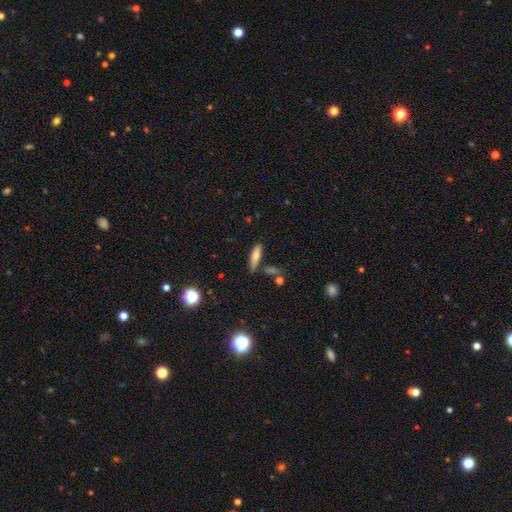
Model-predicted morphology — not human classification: A smooth galaxy with no disk features (72%) that is cigar-shaped (62%).

Vote fractions:
- Smooth or featured? smooth: 72% / featured or disk: 20% / star or artifact: 9%
- How rounded? cigar-shaped: 62% / in between: 36% / round: 2%
- Merging? none: 68% / minor disturbance: 18% / merger: 8% / major disturbance: 5%